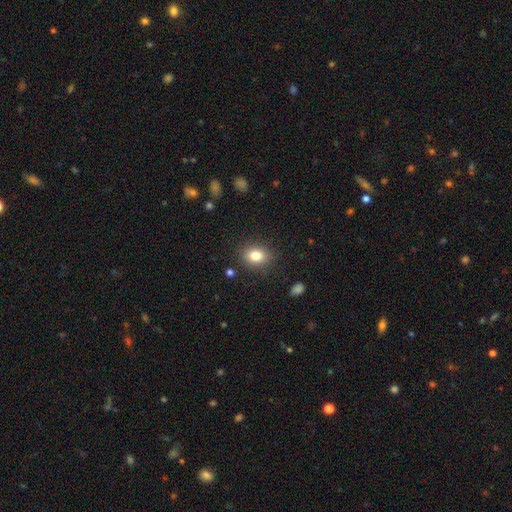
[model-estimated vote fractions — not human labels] smooth 82%, star or artifact 10%, featured or disk 8%. Down the decision tree: how rounded — in between (66%); merging — none (86%).